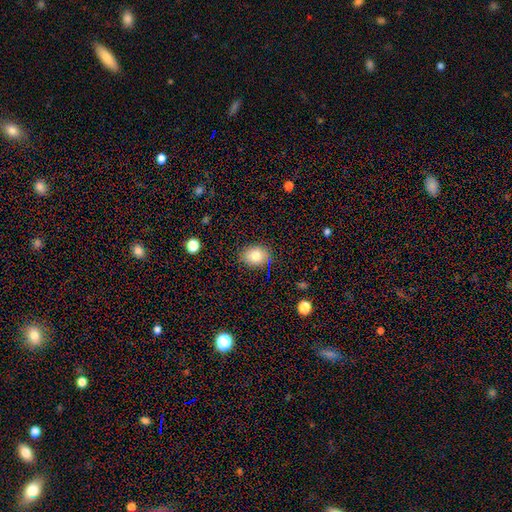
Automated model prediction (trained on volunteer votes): smooth_or_featured: smooth (p=0.79) [alt: star or artifact p=0.11]
how_rounded: in between (p=0.56) [alt: round p=0.43]
merging: none (p=0.84) [alt: minor disturbance p=0.11]